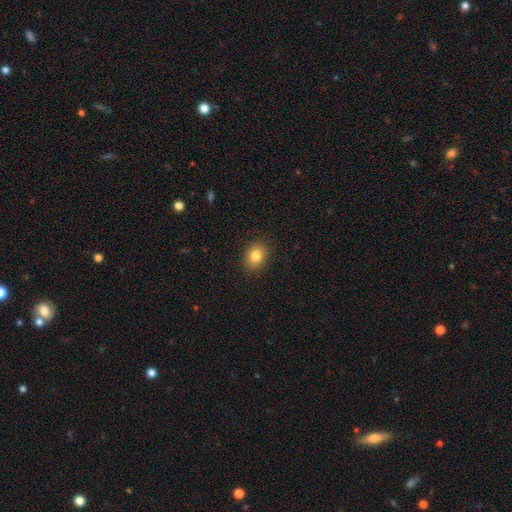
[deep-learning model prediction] The model was most divided on "how rounded": in between: 54%, round: 45%, cigar-shaped: 1%. More confident: merging — none (89%); smooth or featured — smooth (83%).